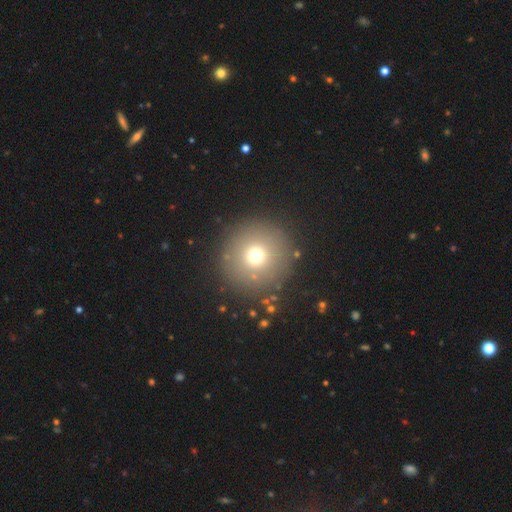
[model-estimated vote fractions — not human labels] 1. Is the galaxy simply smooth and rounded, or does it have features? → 70% smooth, 17% star or artifact, 13% featured or disk.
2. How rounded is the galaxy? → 96% round, 3% in between, 1% cigar-shaped.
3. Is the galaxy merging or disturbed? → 88% none, 6% minor disturbance, 4% major disturbance, 2% merger.